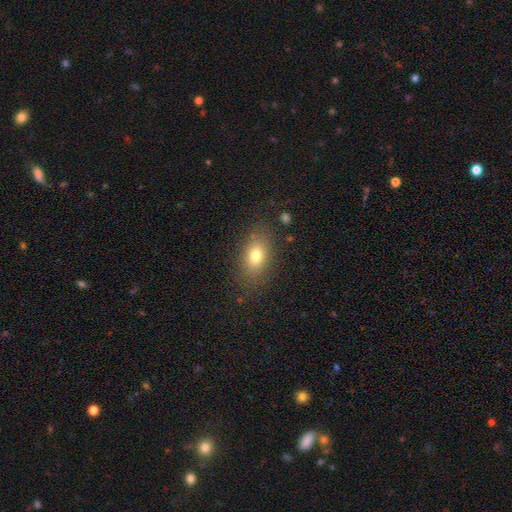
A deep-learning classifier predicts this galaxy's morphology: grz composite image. It shows a smooth galaxy with no disk features (75%) that is in between round and cigar-shaped (79%). Merging: none (81%).